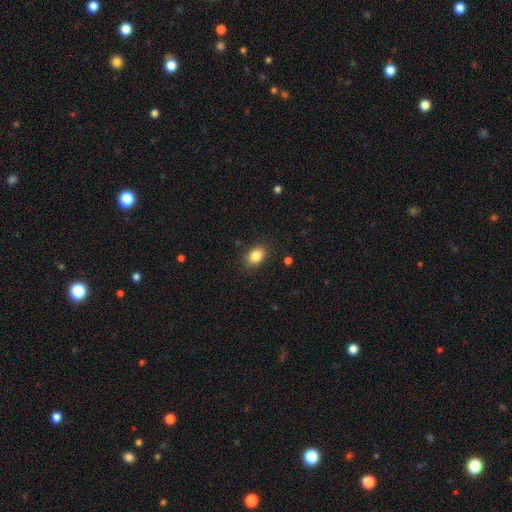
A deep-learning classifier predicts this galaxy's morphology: Q: Smooth or featured?
A: smooth (85%); runner-up: star or artifact (9%)
Q: How rounded?
A: in between (79%); runner-up: round (19%)
Q: Merging?
A: none (86%); runner-up: minor disturbance (10%)